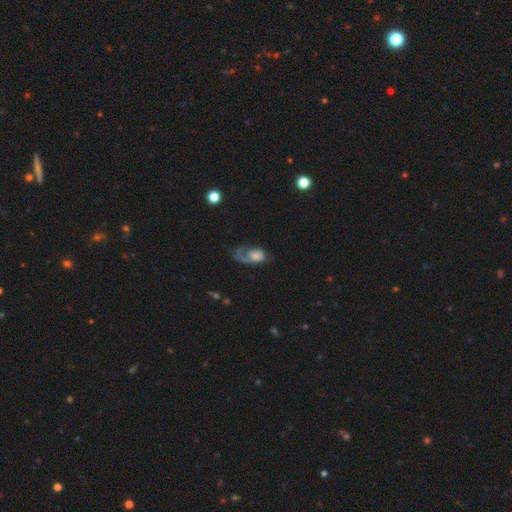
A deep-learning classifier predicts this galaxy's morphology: This is possibly a featured or disk galaxy (50%). It is clearly not viewed edge-on (95%). Merging: possibly major disturbance (50%).